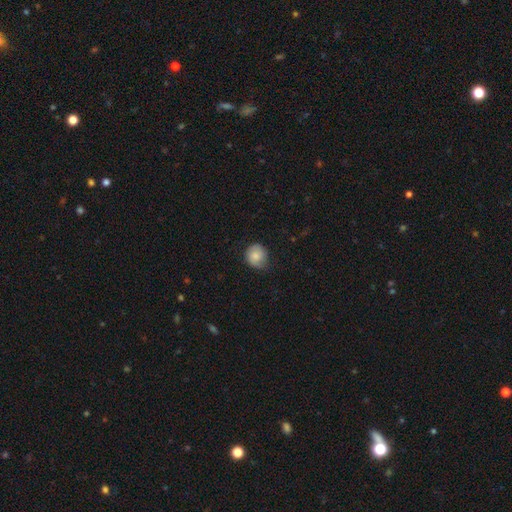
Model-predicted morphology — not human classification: Overall: smooth (77%). How rounded: round (84%). Merging: none (62%; minor disturbance 30%).